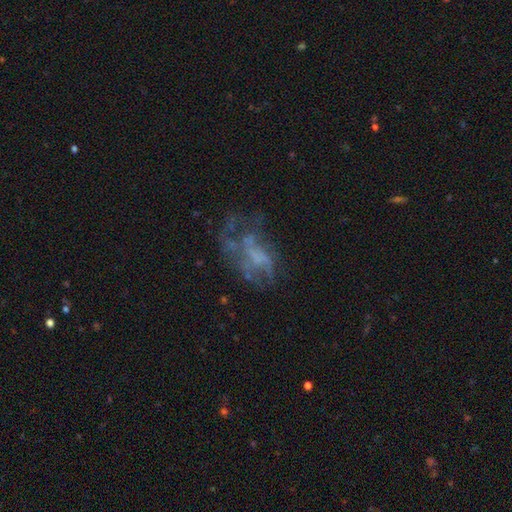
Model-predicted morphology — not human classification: Smooth or featured? Predicted: featured or disk (p=0.63). Edge-on disk? Predicted: no (p=0.97). Bar? Predicted: no (p=0.80). Spiral arms? Predicted: no (p=0.68). Bulge size? Predicted: none (p=0.72). Merging? Predicted: major disturbance (p=0.38, tied with none).